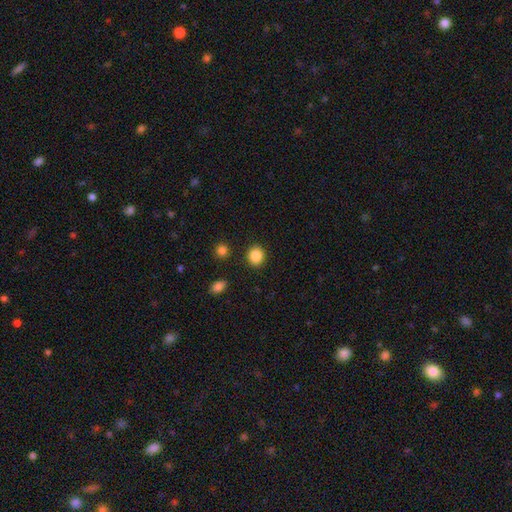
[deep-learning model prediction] Q: Smooth or featured?
A: smooth (87%); runner-up: star or artifact (9%)
Q: How rounded?
A: round (79%); runner-up: in between (20%)
Q: Merging?
A: none (89%); runner-up: minor disturbance (7%)